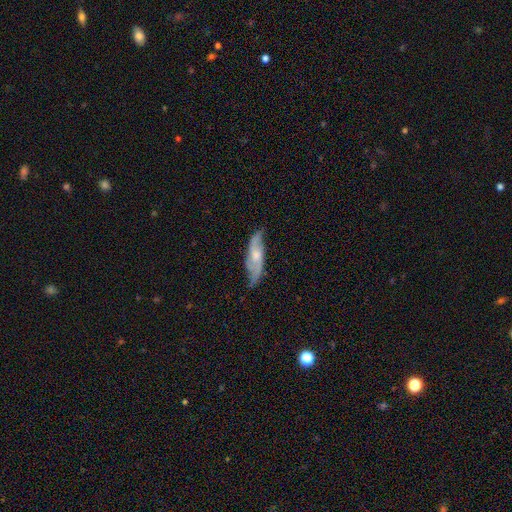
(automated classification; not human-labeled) A featured or disk galaxy (72%) with no bar (61%), 2 (75%) loose (48%) spiral arms (92%) and a moderate central bulge (48%). Merging: none (70%).